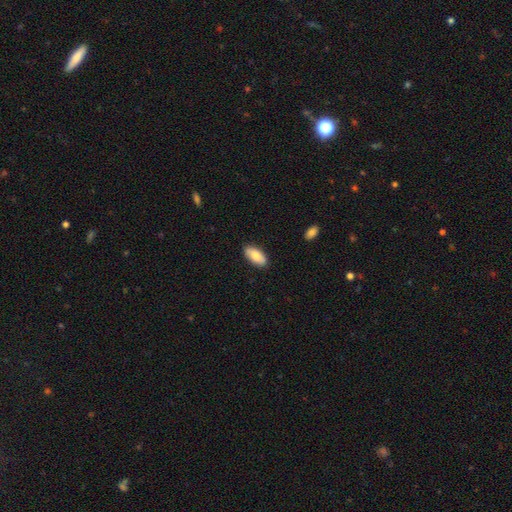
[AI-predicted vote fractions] A smooth galaxy with no disk features (82%) that is in between round and cigar-shaped (91%).

Vote fractions:
- Smooth or featured? smooth: 82% / featured or disk: 12% / star or artifact: 6%
- How rounded? in between: 91% / cigar-shaped: 7% / round: 2%
- Merging? none: 86% / minor disturbance: 11% / major disturbance: 2% / merger: 1%